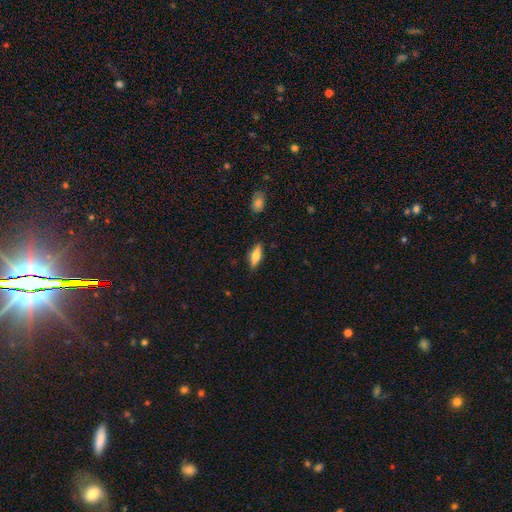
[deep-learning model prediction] A smooth galaxy with no disk features (59%) that is in between round and cigar-shaped (53%).

Vote fractions:
- Smooth or featured? smooth: 59% / featured or disk: 34% / star or artifact: 7%
- How rounded? in between: 53% / cigar-shaped: 44% / round: 3%
- Merging? none: 86% / minor disturbance: 10% / major disturbance: 2% / merger: 1%